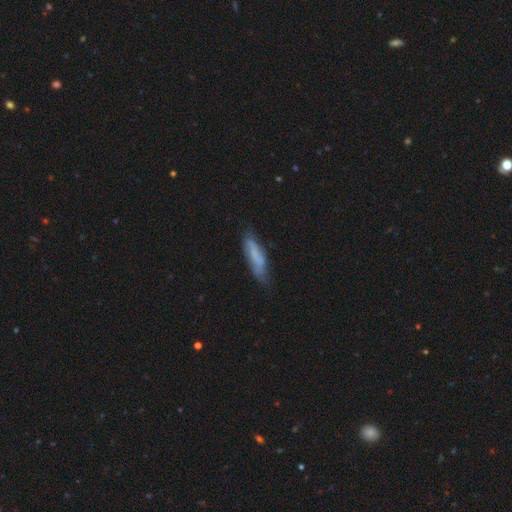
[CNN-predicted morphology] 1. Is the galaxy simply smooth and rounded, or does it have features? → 61% smooth, 31% featured or disk, 8% star or artifact.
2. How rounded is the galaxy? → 72% cigar-shaped, 26% in between, 2% round.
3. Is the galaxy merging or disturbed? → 65% none, 26% minor disturbance, 7% major disturbance, 3% merger.